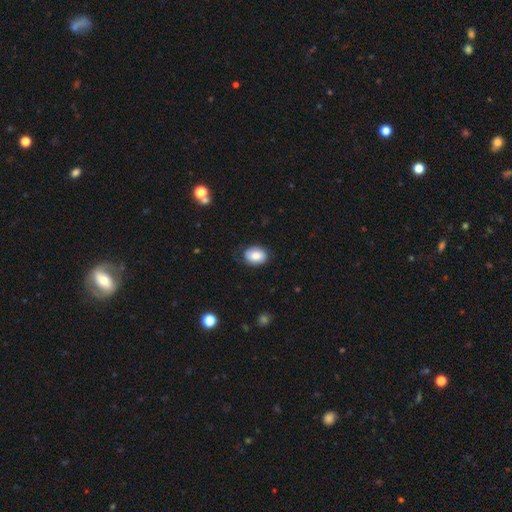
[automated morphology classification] Smooth or featured? Predicted: smooth (p=0.77). How rounded? Predicted: in between (p=0.71). Merging? Predicted: none (p=0.75).